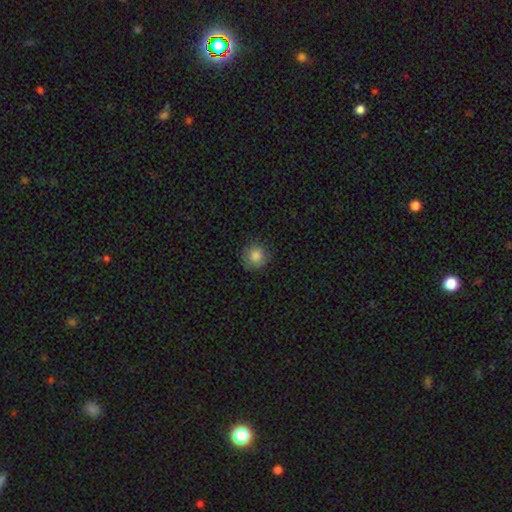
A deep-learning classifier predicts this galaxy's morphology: smooth_or_featured: smooth (p=0.85) [alt: star or artifact p=0.10]
how_rounded: round (p=0.91) [alt: in between p=0.08]
merging: none (p=0.85) [alt: minor disturbance p=0.12]